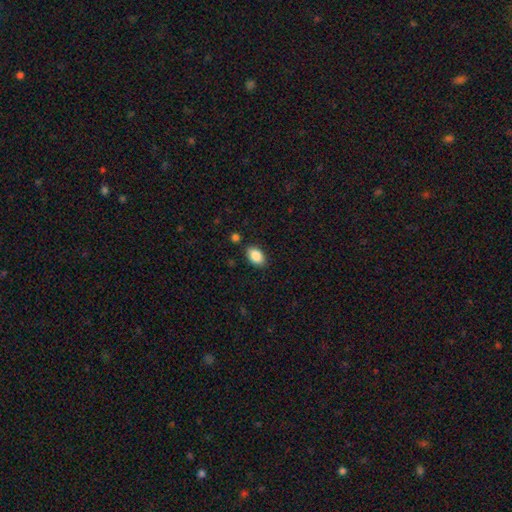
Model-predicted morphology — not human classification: Smooth or featured: smooth — 88% (star or artifact — 7%)
How rounded: in between — 90% (round — 9%)
Merging: none — 85% (minor disturbance — 10%)